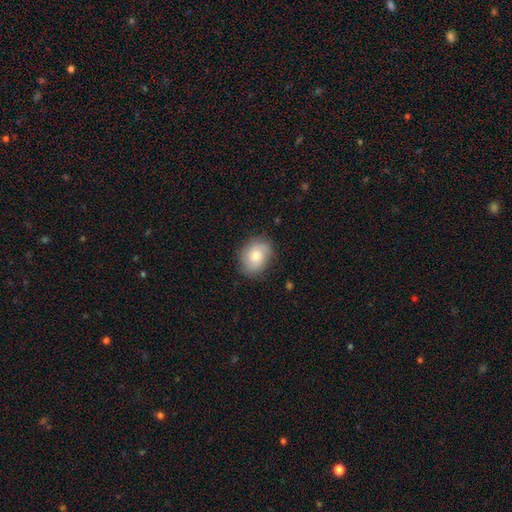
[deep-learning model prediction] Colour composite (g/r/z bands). It shows a smooth galaxy with no disk features (57%) that is in between round and cigar-shaped (56%). Merging: none (79%).